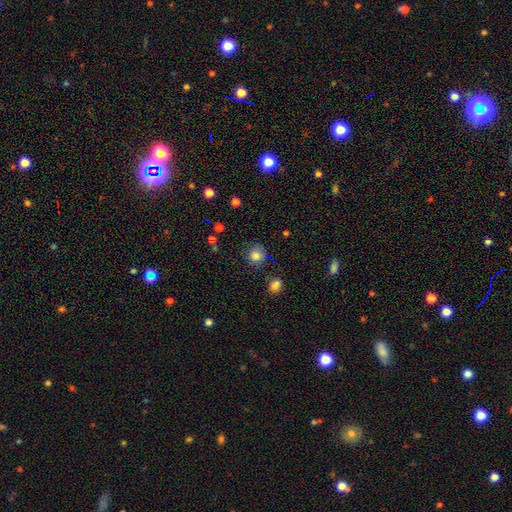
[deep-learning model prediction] Overall: smooth (82%). How rounded: round (87%). Merging: none (76%).